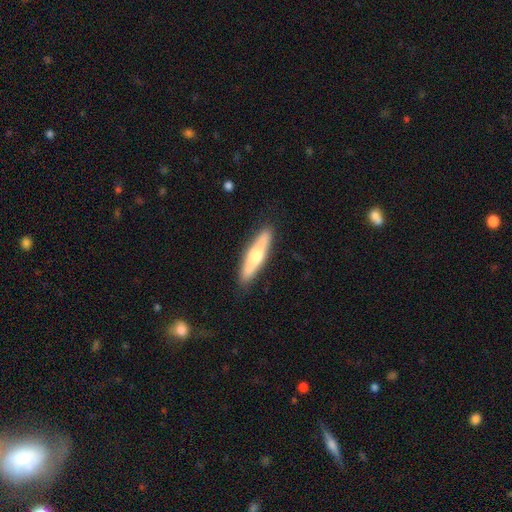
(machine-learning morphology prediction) The model was most divided on "smooth or featured": smooth: 49%, featured or disk: 45%, star or artifact: 6%. More confident: merging — none (87%).